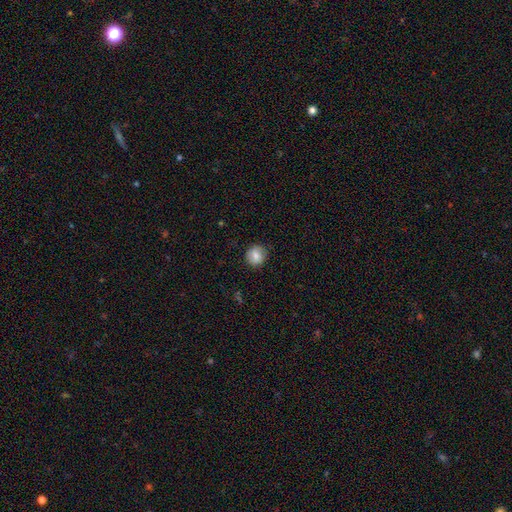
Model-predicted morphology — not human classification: Overall: smooth (81%). How rounded: round (85%). Merging: none (83%).